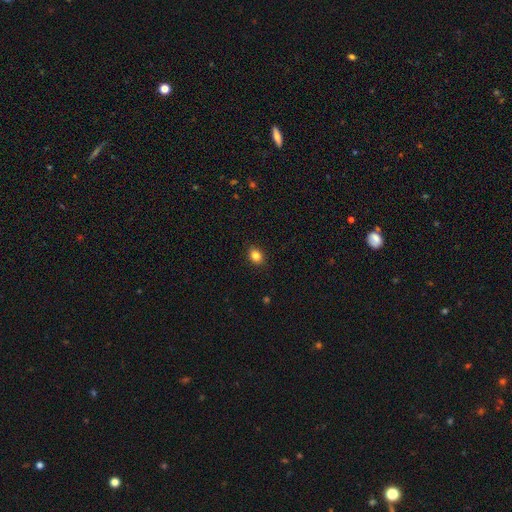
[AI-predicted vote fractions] This is clearly a smooth galaxy (84%). How rounded: likely in between (65%). Merging: clearly none (89%).